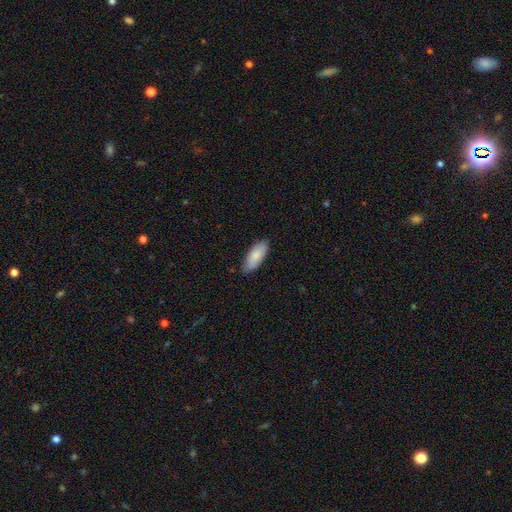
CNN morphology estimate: smooth-or-featured: smooth: 84% | featured or disk: 11% | star or artifact: 5%
  how-rounded: in between: 84% | cigar-shaped: 15% | round: 2%
  merging: none: 81% | minor disturbance: 15% | major disturbance: 2% | merger: 1%